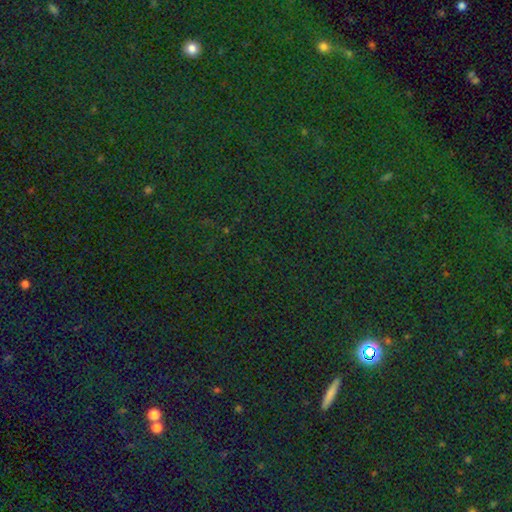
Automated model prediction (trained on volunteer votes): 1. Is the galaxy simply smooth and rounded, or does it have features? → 79% star or artifact, 14% smooth, 8% featured or disk.